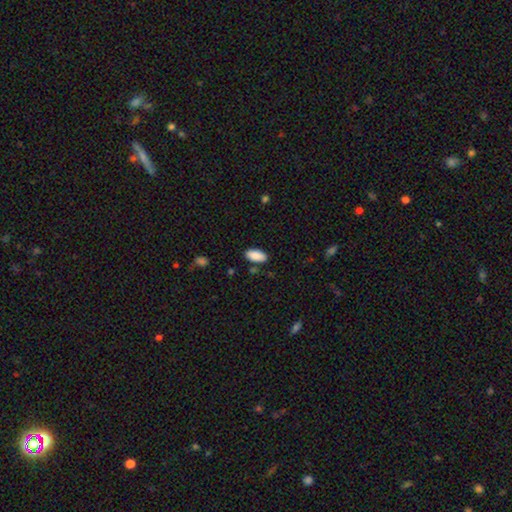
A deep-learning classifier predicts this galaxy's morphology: This appears to be a smooth galaxy with no disk features (90%) that is in between round and cigar-shaped (93%). Merging: none (86%).